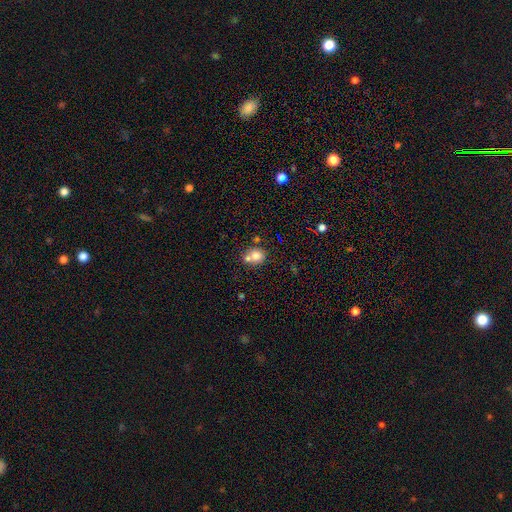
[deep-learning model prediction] Q: Smooth or featured?
A: smooth (76%); runner-up: featured or disk (13%)
Q: How rounded?
A: round (76%); runner-up: in between (23%)
Q: Merging?
A: none (46%); runner-up: merger (40%)